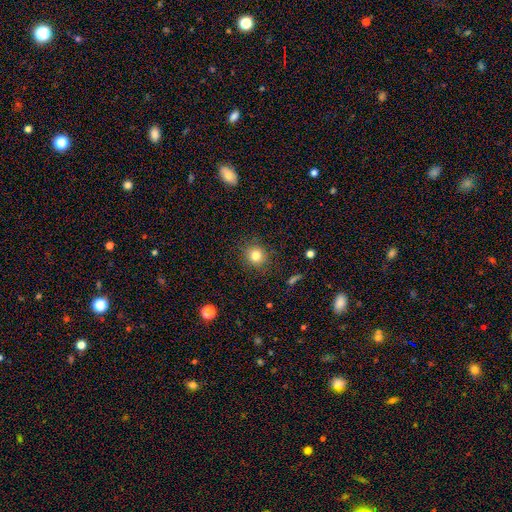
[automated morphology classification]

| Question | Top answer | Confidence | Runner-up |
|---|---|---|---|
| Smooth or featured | smooth | 81% | star or artifact (12%) |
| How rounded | round | 87% | in between (12%) |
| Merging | none | 87% | minor disturbance (9%) |